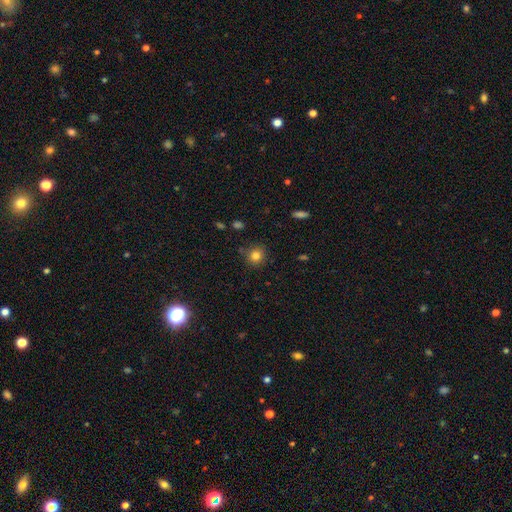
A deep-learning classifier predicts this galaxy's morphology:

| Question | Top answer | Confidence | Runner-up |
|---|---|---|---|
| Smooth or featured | smooth | 81% | star or artifact (12%) |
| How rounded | round | 90% | in between (9%) |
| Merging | none | 86% | minor disturbance (10%) |